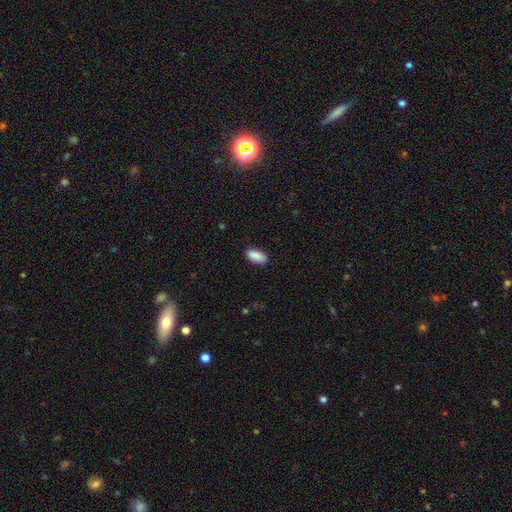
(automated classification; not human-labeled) Smooth or featured?
  - smooth: 90% *
  - star or artifact: 6%
  - featured or disk: 4%
How rounded?
  - in between: 89% *
  - cigar-shaped: 9%
  - round: 2%
Merging?
  - none: 88% *
  - minor disturbance: 9%
  - major disturbance: 2%
  - merger: 1%